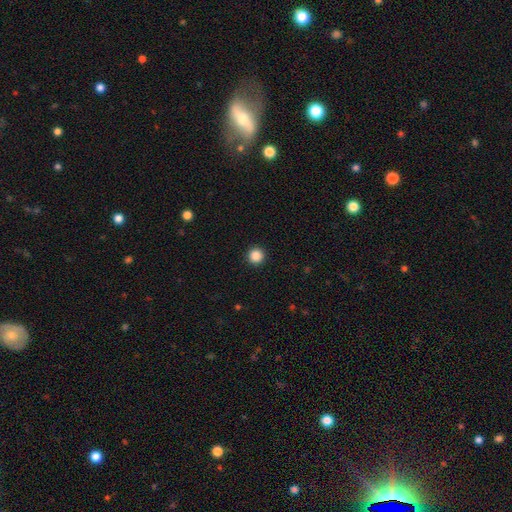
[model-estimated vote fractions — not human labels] Smooth or featured?
  - smooth: 87% *
  - star or artifact: 10%
  - featured or disk: 3%
How rounded?
  - round: 96% *
  - in between: 3%
  - cigar-shaped: 1%
Merging?
  - none: 93% *
  - minor disturbance: 4%
  - major disturbance: 2%
  - merger: 1%